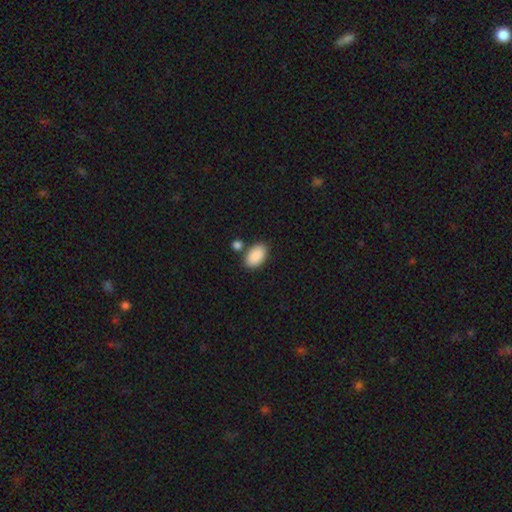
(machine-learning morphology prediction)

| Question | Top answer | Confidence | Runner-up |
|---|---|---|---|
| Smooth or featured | smooth | 90% | star or artifact (6%) |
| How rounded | in between | 94% | round (5%) |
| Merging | none | 76% | minor disturbance (12%) |